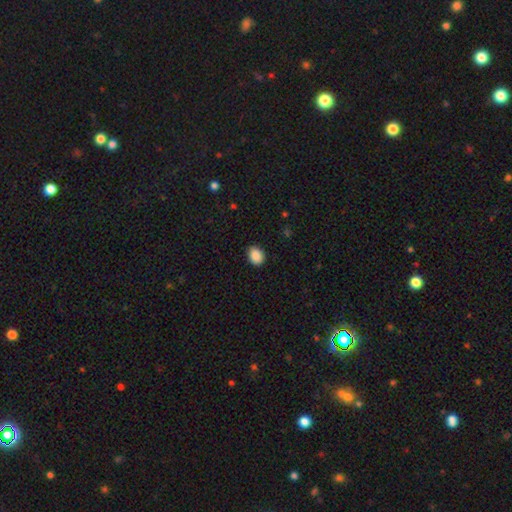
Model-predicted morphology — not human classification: smooth 89%, star or artifact 8%, featured or disk 3%. Down the decision tree: how rounded — in between (53%); merging — none (86%).